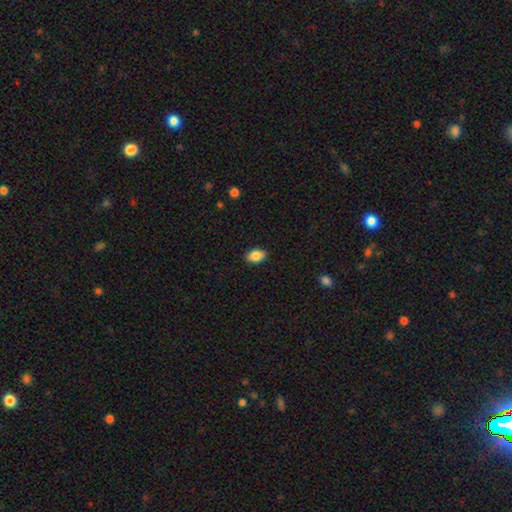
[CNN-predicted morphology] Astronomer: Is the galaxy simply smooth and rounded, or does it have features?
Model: smooth — 87%.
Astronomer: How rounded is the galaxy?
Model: in between — 87%.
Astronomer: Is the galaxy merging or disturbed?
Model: none — 89%.